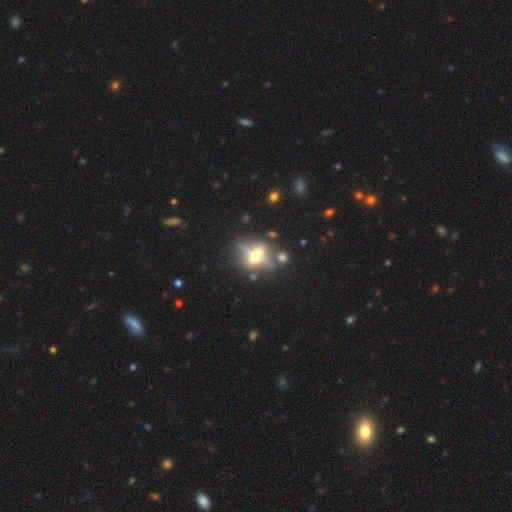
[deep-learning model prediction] smooth-or-featured: featured or disk: 62% | smooth: 27% | star or artifact: 11%
  disk-edge-on: yes: 64% | no: 36%
  merging: none: 62% | minor disturbance: 17% | major disturbance: 11% | merger: 10%